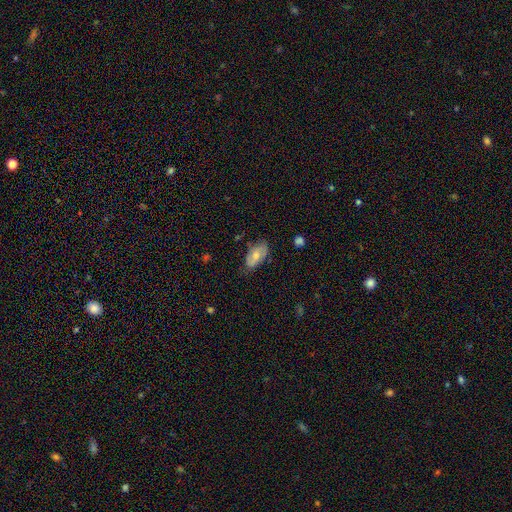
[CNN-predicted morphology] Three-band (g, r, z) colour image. It shows a smooth galaxy with no disk features (62%) that is in between round and cigar-shaped (93%). Merging: none (66%).